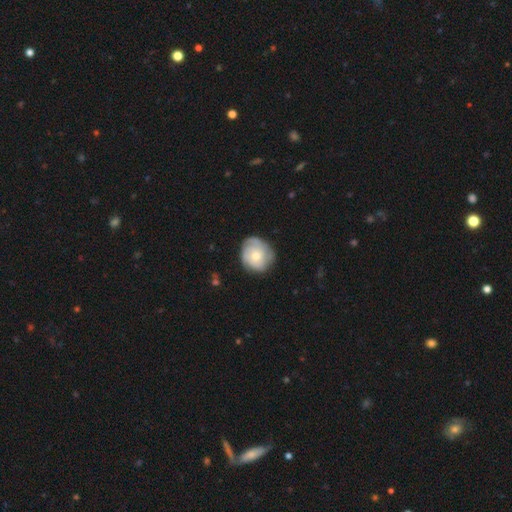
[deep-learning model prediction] smooth-or-featured: featured or disk: 48% | smooth: 46% | star or artifact: 6%
  merging: none: 71% | minor disturbance: 22% | major disturbance: 6% | merger: 1%